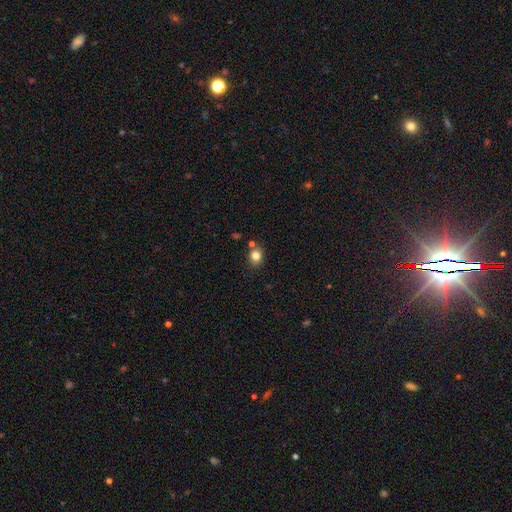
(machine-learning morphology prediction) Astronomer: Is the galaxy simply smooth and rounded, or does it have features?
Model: smooth — 81%.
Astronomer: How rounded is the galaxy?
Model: round — 67%.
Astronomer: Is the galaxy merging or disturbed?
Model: none — 73%.